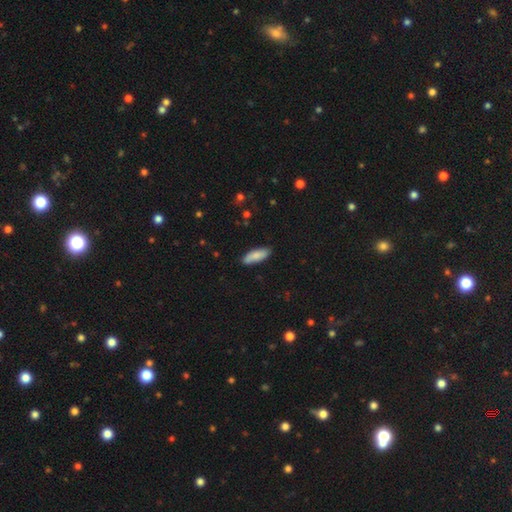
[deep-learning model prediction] Smooth or featured? Predicted: smooth (p=0.82). How rounded? Predicted: in between (p=0.63). Merging? Predicted: none (p=0.86).